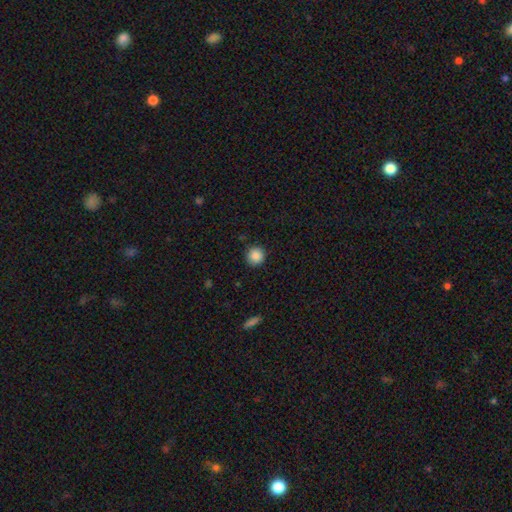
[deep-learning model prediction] Morphology: type=smooth (88%); roundness=round (93%); merging=none (89%).